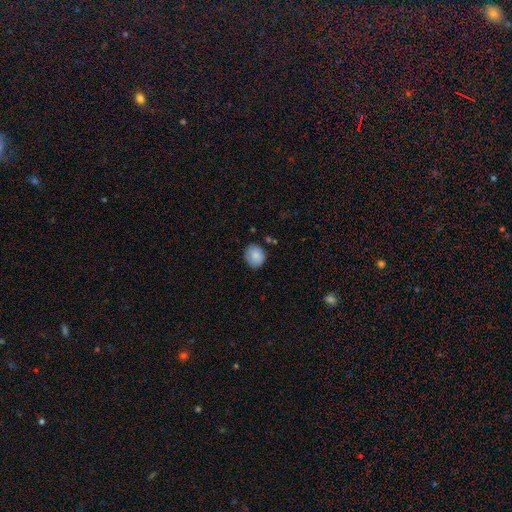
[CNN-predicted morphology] Smooth or featured?
  - smooth: 87% *
  - star or artifact: 7%
  - featured or disk: 6%
How rounded?
  - round: 72% *
  - in between: 27%
  - cigar-shaped: 1%
Merging?
  - none: 78% *
  - minor disturbance: 17%
  - major disturbance: 3%
  - merger: 2%